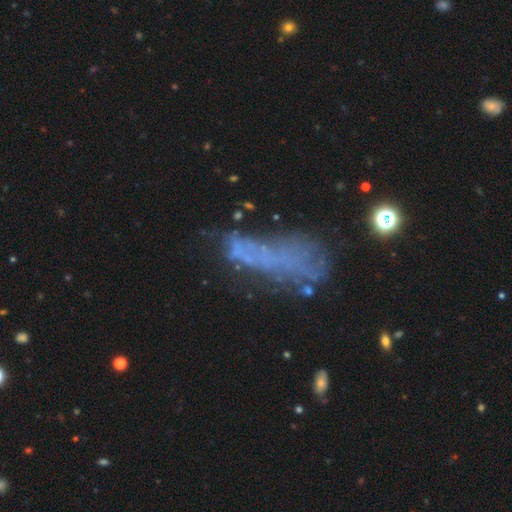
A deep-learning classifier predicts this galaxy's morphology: Smooth or featured?
  - featured or disk: 44% *
  - smooth: 33%
  - star or artifact: 23%
Merging?
  - none: 36% *
  - major disturbance: 32%
  - minor disturbance: 21%
  - merger: 11%